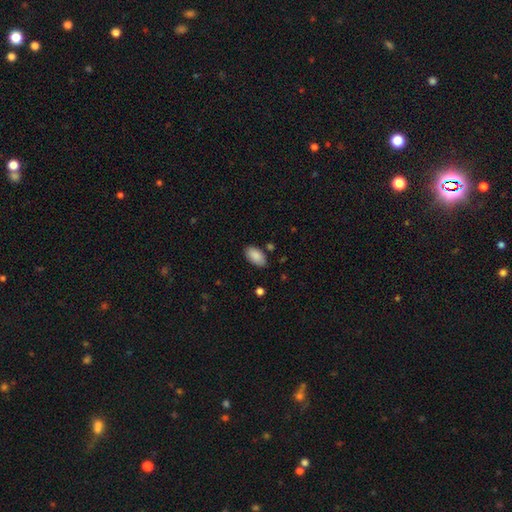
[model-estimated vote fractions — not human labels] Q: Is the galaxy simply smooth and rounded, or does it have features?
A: smooth — 89%.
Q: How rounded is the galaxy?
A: in between — 95%.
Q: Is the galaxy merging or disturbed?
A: none — 82%.